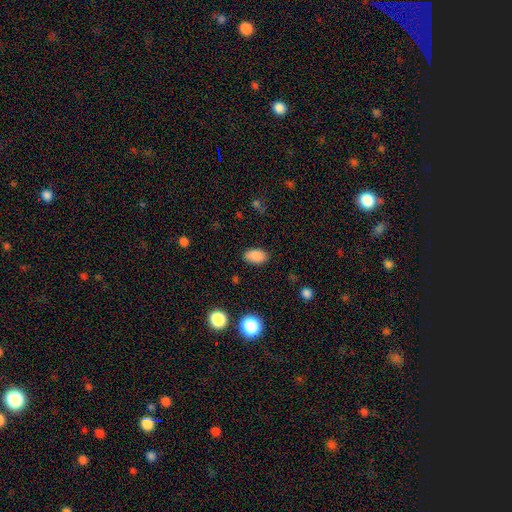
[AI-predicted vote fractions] This is clearly a smooth galaxy (88%). How rounded: clearly in between (92%). Merging: clearly none (85%).